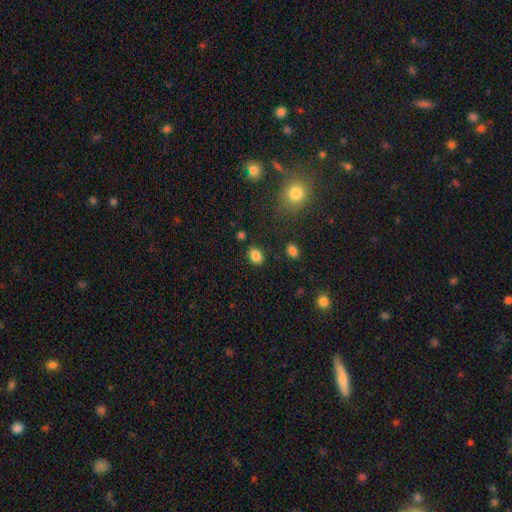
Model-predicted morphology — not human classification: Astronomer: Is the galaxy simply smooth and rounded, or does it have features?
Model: smooth — 84%.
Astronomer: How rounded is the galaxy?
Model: in between — 57% (runner-up: round, 42%).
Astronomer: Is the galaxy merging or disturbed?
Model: none — 83%.